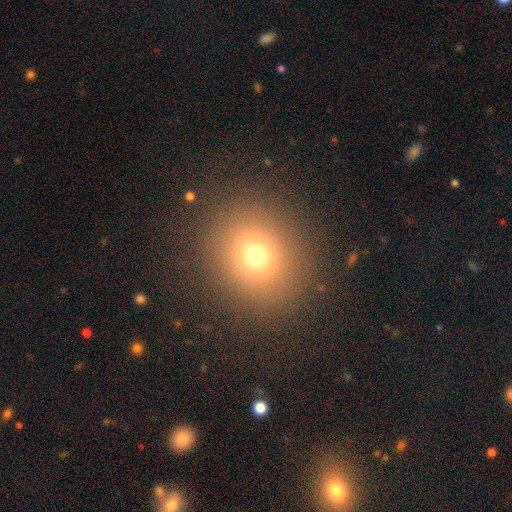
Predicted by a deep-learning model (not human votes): smooth_or_featured: smooth (p=0.70) [alt: star or artifact p=0.21]
how_rounded: round (p=0.79) [alt: in between p=0.20]
merging: none (p=0.87) [alt: minor disturbance p=0.07]